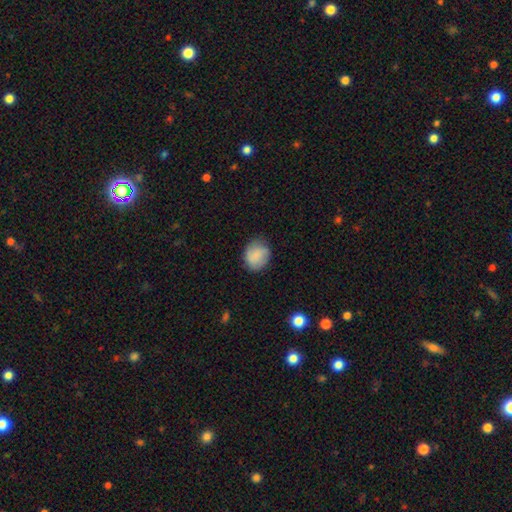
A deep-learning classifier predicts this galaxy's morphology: type=smooth (79%); roundness=round (63%); merging=none (74%).